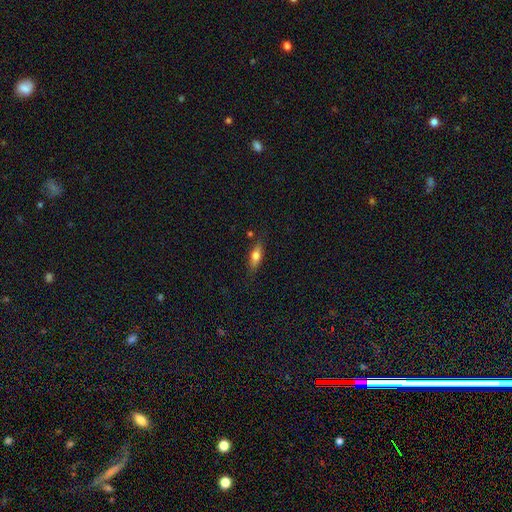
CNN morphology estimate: smooth 67%, featured or disk 26%, star or artifact 7%. Down the decision tree: how rounded — in between (61%); merging — none (80%).